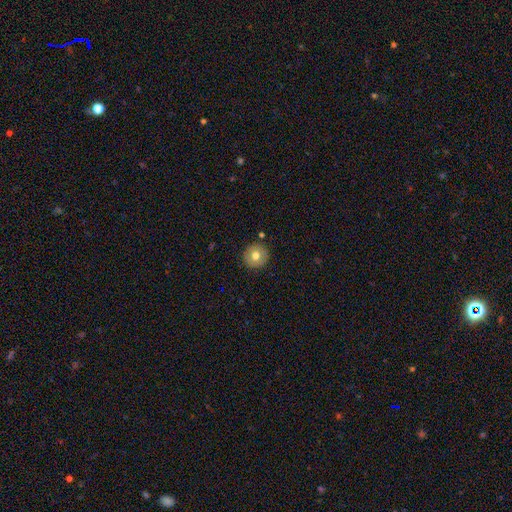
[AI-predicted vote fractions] Smooth or featured? Predicted: smooth (p=0.70). How rounded? Predicted: round (p=0.95). Merging? Predicted: none (p=0.89).